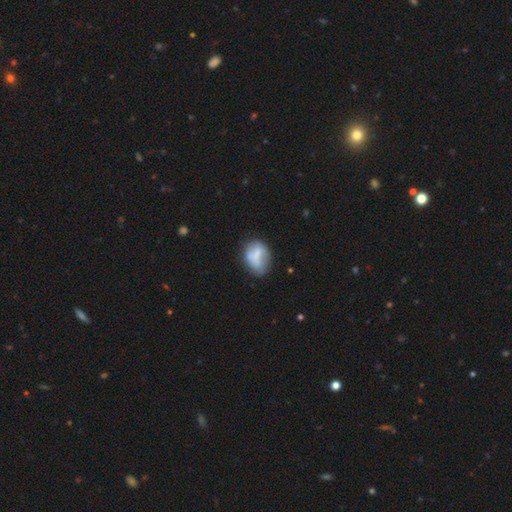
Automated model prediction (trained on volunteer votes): Smooth or featured? smooth (65%)
How rounded? in between (71%)
Merging? none (45%)